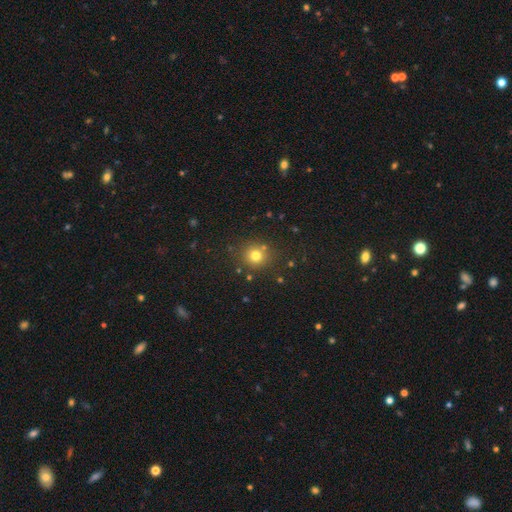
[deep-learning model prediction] Overall: smooth (75%). How rounded: round (90%). Merging: none (83%).